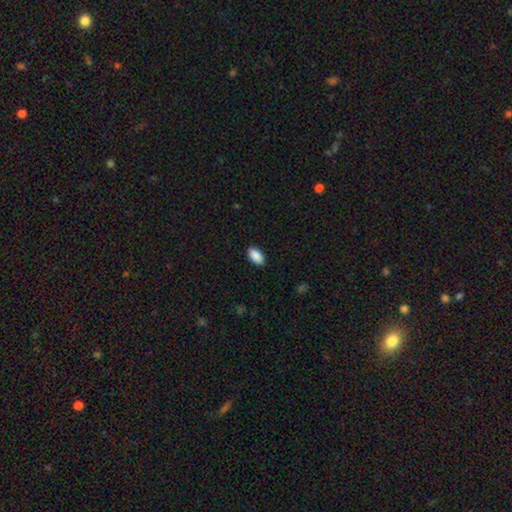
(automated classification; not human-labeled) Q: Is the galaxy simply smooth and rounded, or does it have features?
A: smooth — 90%.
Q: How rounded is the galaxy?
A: in between — 93%.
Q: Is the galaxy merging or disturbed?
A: none — 89%.